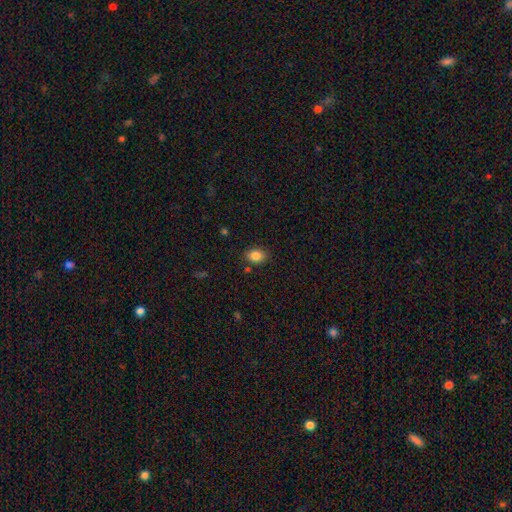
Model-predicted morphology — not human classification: smooth_or_featured: smooth (p=0.85) [alt: star or artifact p=0.10]
how_rounded: in between (p=0.65) [alt: round p=0.34]
merging: none (p=0.83) [alt: minor disturbance p=0.12]